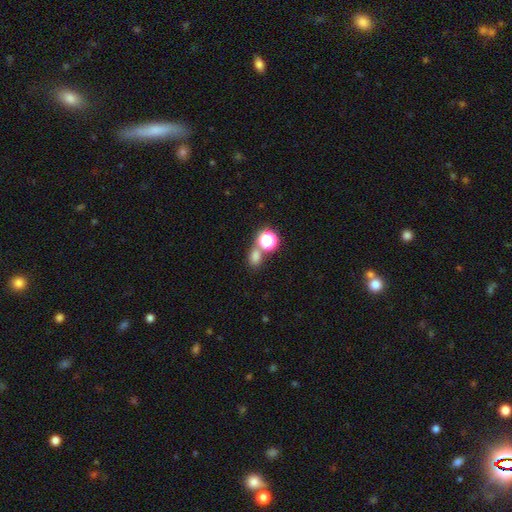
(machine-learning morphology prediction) Smooth or featured? Predicted: smooth (p=0.69). How rounded? Predicted: round (p=0.51). Merging? Predicted: none (p=0.60).